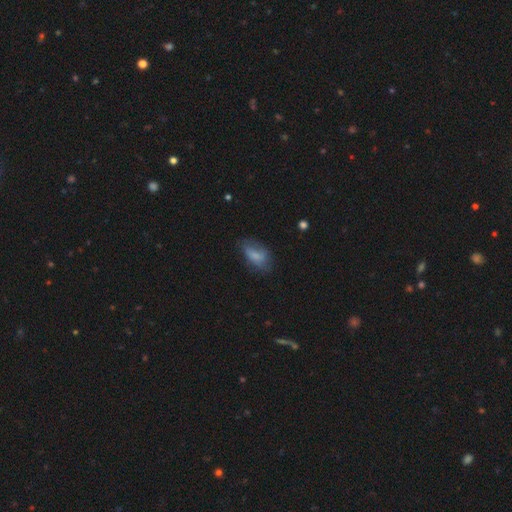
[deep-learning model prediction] This appears to be a smooth galaxy with no disk features (72%) that is in between round and cigar-shaped (89%). Merging: none (52%).